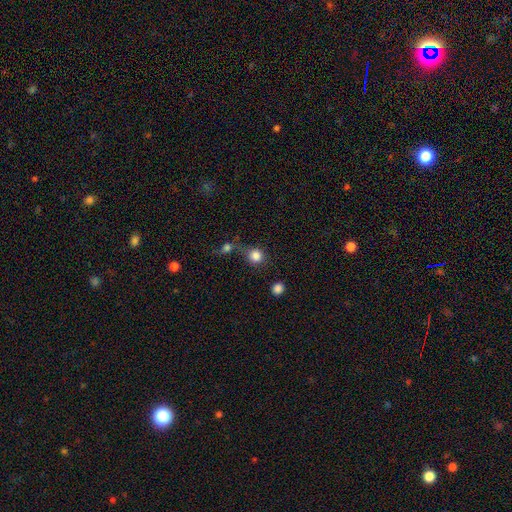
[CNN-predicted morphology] This is clearly a smooth galaxy (83%). How rounded: clearly round (89%). Merging: possibly none (54%).